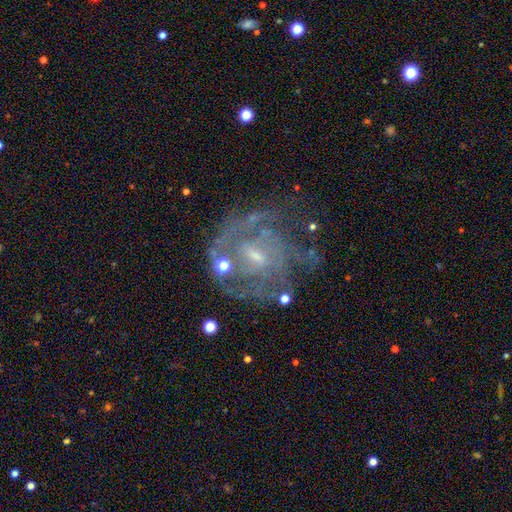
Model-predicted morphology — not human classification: Smooth or featured? Predicted: featured or disk (p=0.81). Edge-on disk? Predicted: no (p=0.97). Bar? Predicted: weak (p=0.52). Spiral arms? Predicted: yes (p=0.82). Spiral winding? Predicted: tight (p=0.55). Spiral arm count? Predicted: can't tell (p=0.44). Bulge size? Predicted: small (p=0.60). Merging? Predicted: none (p=0.59).